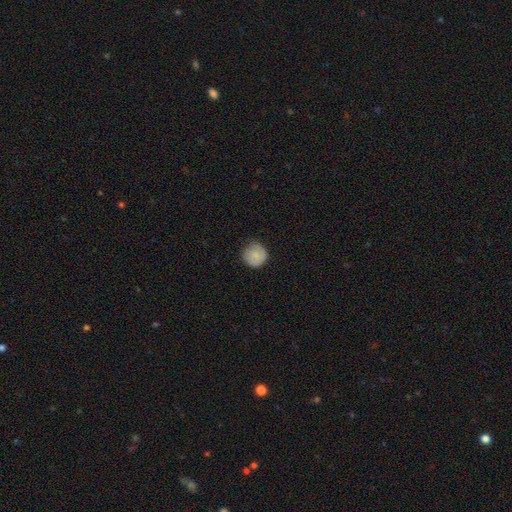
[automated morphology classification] This appears to be a smooth galaxy with no disk features (81%) that is round (92%). Merging: none (76%).